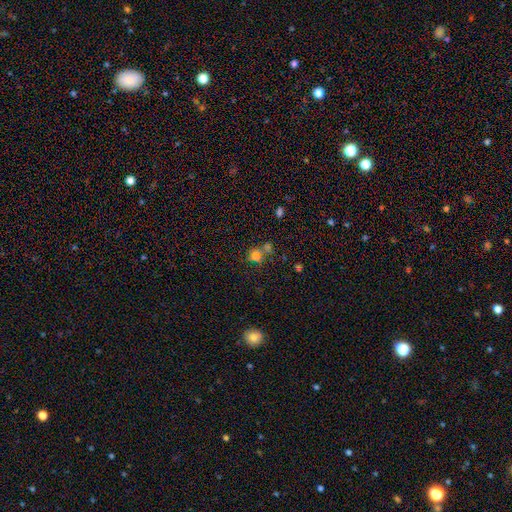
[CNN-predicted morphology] Q: Smooth or featured?
A: smooth (61%); runner-up: star or artifact (25%)
Q: How rounded?
A: round (69%); runner-up: in between (29%)
Q: Merging?
A: merger (42%); runner-up: none (41%)